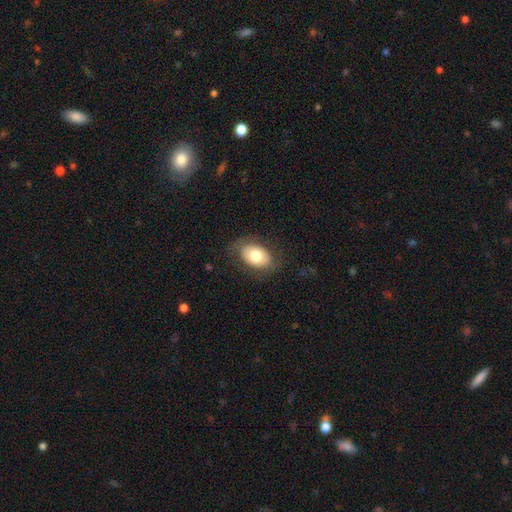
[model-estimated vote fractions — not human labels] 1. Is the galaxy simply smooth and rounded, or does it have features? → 72% smooth, 21% featured or disk, 7% star or artifact.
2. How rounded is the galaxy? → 84% in between, 15% round, 1% cigar-shaped.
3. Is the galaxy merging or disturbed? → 77% none, 15% minor disturbance, 7% major disturbance, 1% merger.